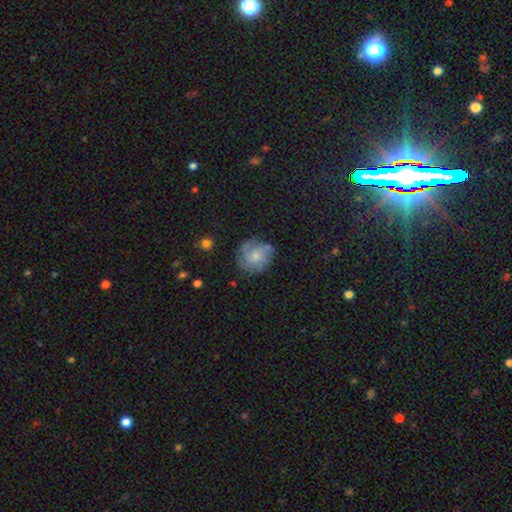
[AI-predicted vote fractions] Smooth or featured? Predicted: featured or disk (p=0.63). Edge-on disk? Predicted: no (p=0.98). Bar? Predicted: no (p=0.76). Spiral arms? Predicted: yes (p=0.90). Spiral winding? Predicted: tight (p=0.50). Spiral arm count? Predicted: can't tell (p=0.33). Bulge size? Predicted: small (p=0.42, tied with moderate). Merging? Predicted: none (p=0.70).